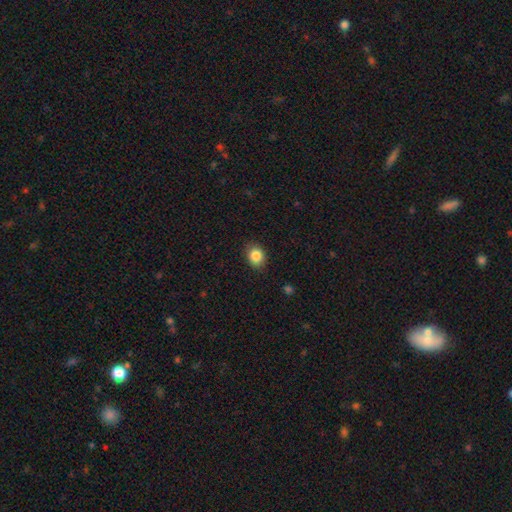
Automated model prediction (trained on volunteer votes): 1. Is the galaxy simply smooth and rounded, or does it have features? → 86% smooth, 9% star or artifact, 5% featured or disk.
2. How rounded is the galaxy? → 51% round, 48% in between, 1% cigar-shaped.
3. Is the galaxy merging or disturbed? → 85% none, 11% minor disturbance, 3% major disturbance, 1% merger.